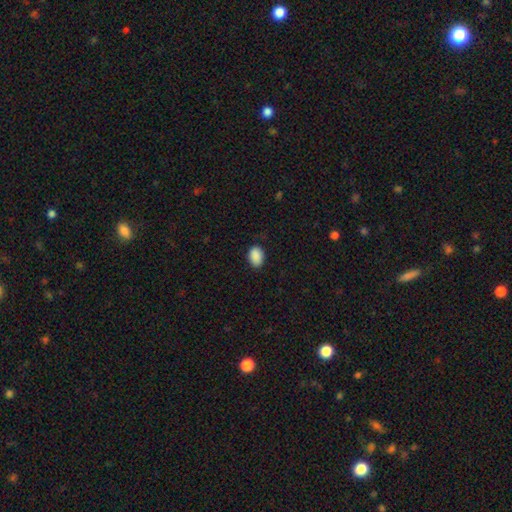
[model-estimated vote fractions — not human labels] Smooth or featured?
  - smooth: 90% *
  - star or artifact: 8%
  - featured or disk: 3%
How rounded?
  - in between: 81% *
  - round: 18%
  - cigar-shaped: 1%
Merging?
  - none: 84% *
  - minor disturbance: 12%
  - major disturbance: 3%
  - merger: 1%